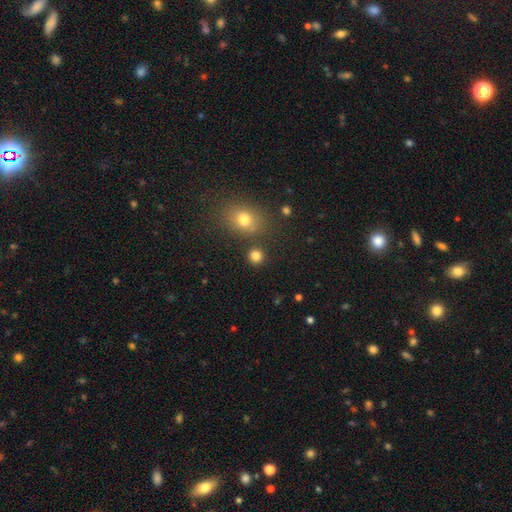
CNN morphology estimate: smooth 81%, star or artifact 14%, featured or disk 5%. Down the decision tree: how rounded — round (90%); merging — none (84%).